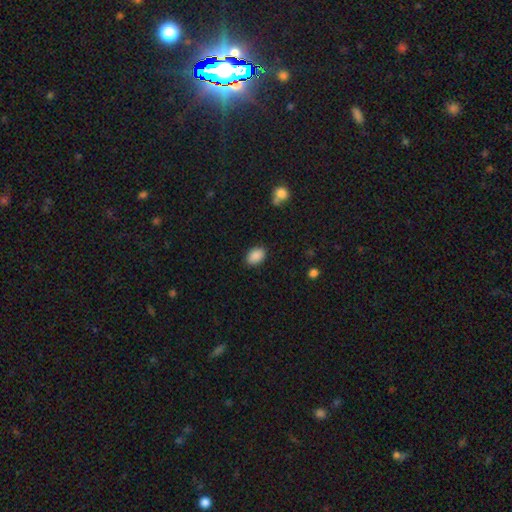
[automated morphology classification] smooth-or-featured: smooth: 89% | star or artifact: 8% | featured or disk: 3%
  how-rounded: in between: 84% | round: 15% | cigar-shaped: 1%
  merging: none: 87% | minor disturbance: 10% | major disturbance: 2% | merger: 1%